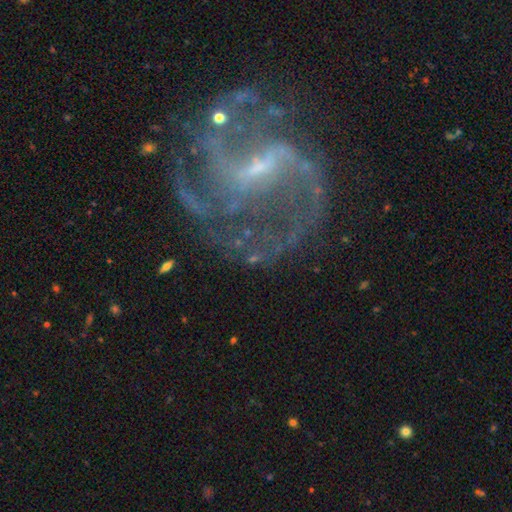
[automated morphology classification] This appears to be a featured or disk galaxy (81%) with a weak bar (40%, tied with strong), 2 (56%) medium (44%) spiral arms (85%) and a small central bulge (53%). Merging: none (61%).